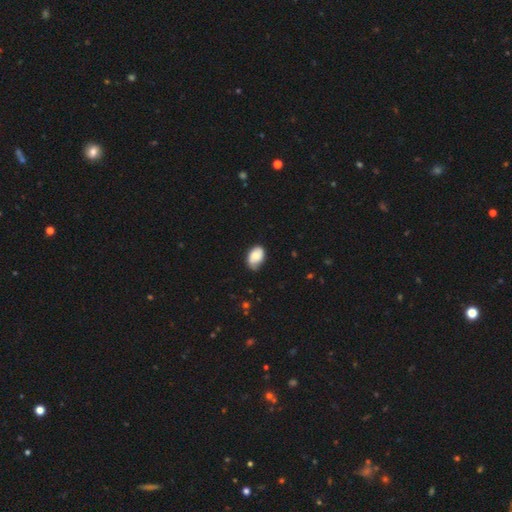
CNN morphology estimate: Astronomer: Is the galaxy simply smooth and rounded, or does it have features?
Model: smooth — 67%.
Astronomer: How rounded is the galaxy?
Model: in between — 82%.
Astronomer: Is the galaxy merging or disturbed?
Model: none — 57% (runner-up: minor disturbance, 33%).